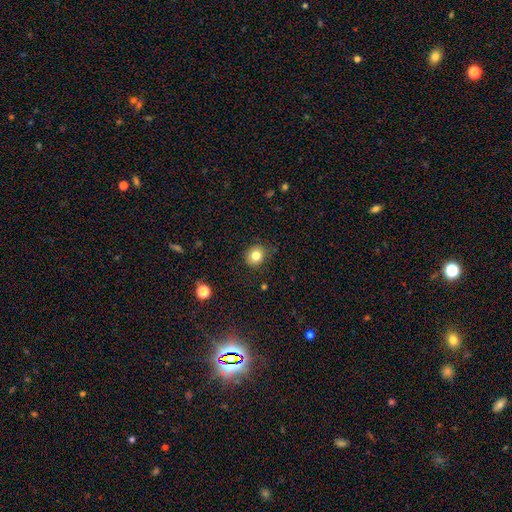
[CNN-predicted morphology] This appears to be a smooth galaxy with no disk features (81%) that is round (74%). Merging: none (85%).